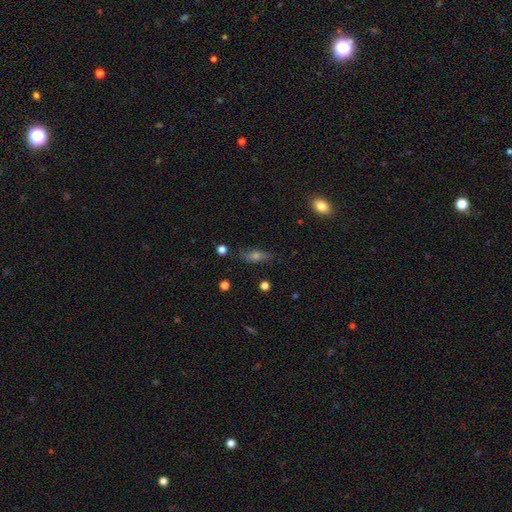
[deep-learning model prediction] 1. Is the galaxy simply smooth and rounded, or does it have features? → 48% smooth, 34% featured or disk, 18% star or artifact.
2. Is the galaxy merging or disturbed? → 80% none, 14% minor disturbance, 4% major disturbance, 2% merger.